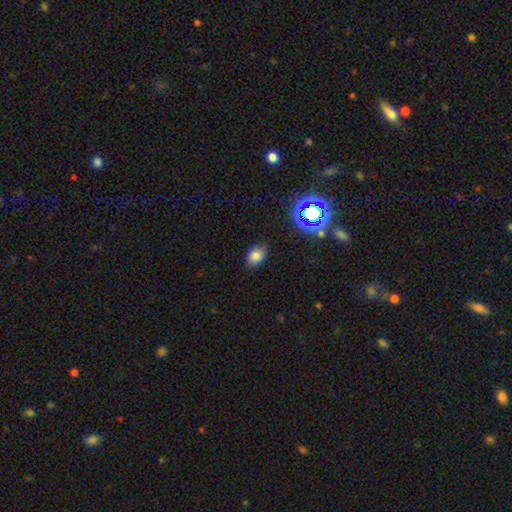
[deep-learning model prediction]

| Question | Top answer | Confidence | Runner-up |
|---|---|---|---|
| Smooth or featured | smooth | 79% | star or artifact (14%) |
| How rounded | in between | 76% | round (23%) |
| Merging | none | 83% | minor disturbance (13%) |